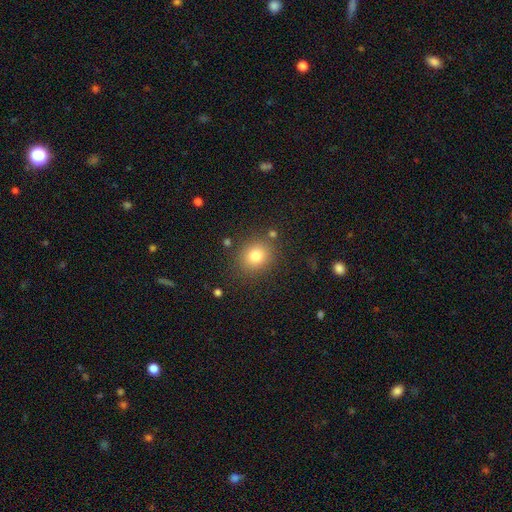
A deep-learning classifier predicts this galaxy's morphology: A smooth galaxy with no disk features (79%) that is round (73%). Merging: none (84%).